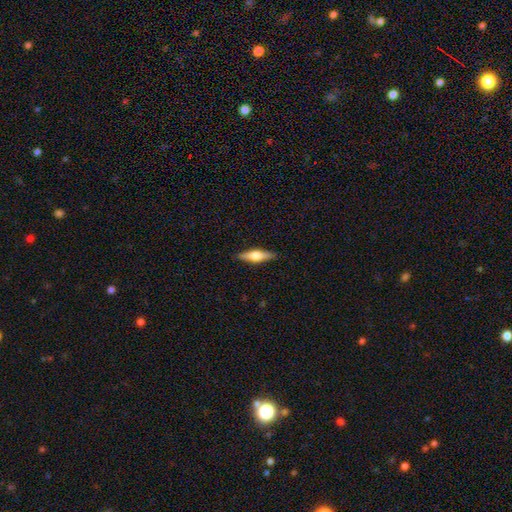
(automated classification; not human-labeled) Smooth or featured? Predicted: featured or disk (p=0.54). Edge-on disk? Predicted: yes (p=0.96). Edge-on bulge? Predicted: rounded (p=0.89). Merging? Predicted: none (p=0.89).